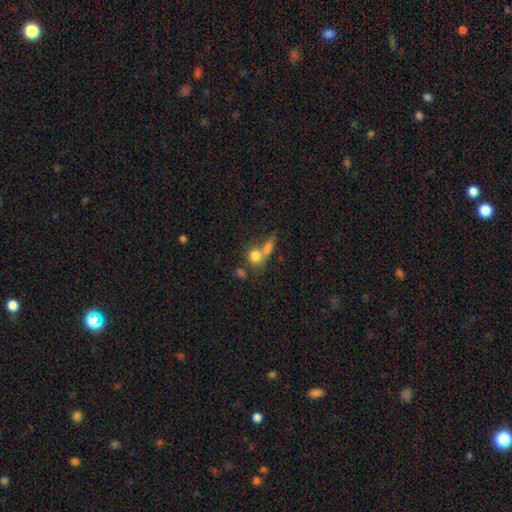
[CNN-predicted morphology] A smooth galaxy with no disk features (77%) that is round (70%).

Vote fractions:
- Smooth or featured? smooth: 77% / featured or disk: 13% / star or artifact: 10%
- How rounded? round: 70% / in between: 26% / cigar-shaped: 3%
- Merging? merger: 51% / none: 34% / minor disturbance: 9% / major disturbance: 6%